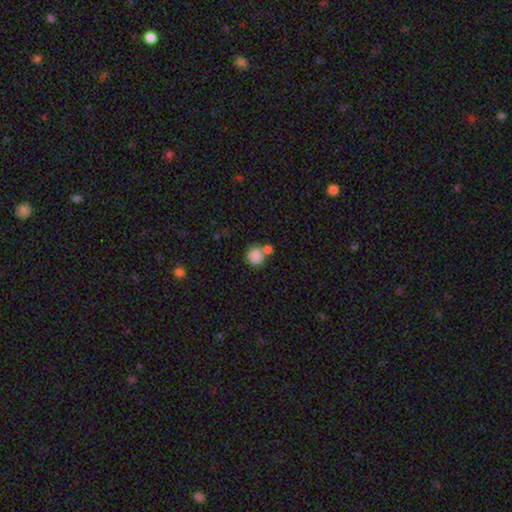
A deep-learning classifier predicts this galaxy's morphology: type=smooth (85%); roundness=round (89%); merging=none (54%).